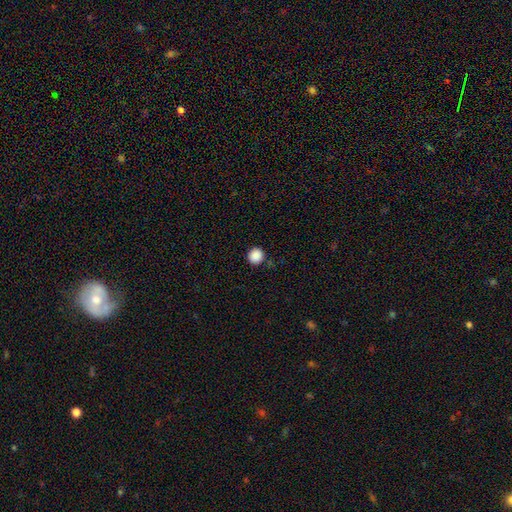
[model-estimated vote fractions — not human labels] Overall: smooth (88%). How rounded: round (94%). Merging: none (90%).